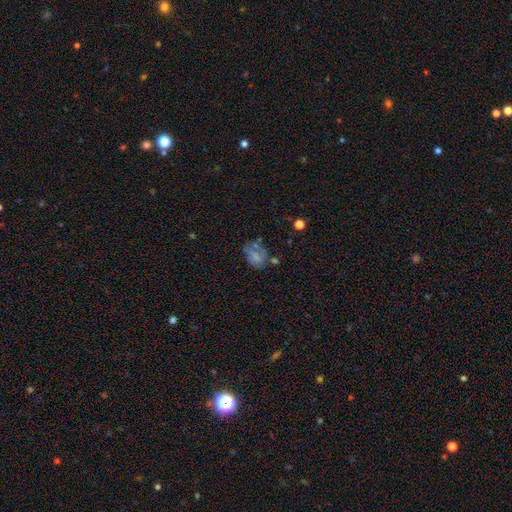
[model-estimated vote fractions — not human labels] Morphology: type=smooth (54%); roundness=in between (74%); merging=none (42%).